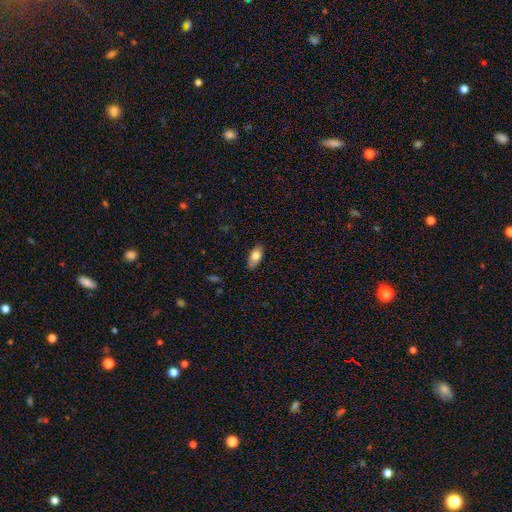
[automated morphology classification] Smooth or featured? smooth (76%)
How rounded? in between (86%)
Merging? none (85%)